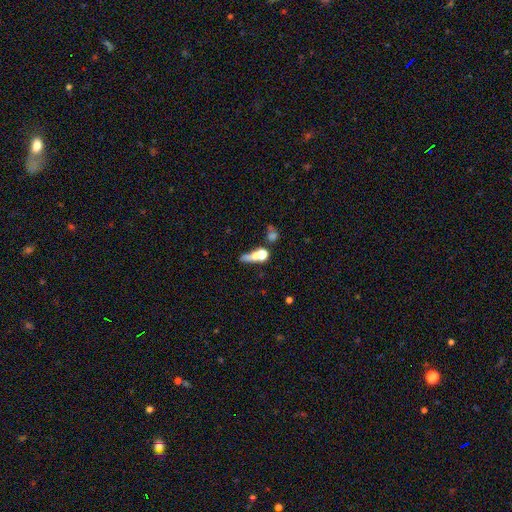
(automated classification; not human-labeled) This is possibly a smooth galaxy (56%). How rounded: marginally round (36%). Merging: marginally none (44%).